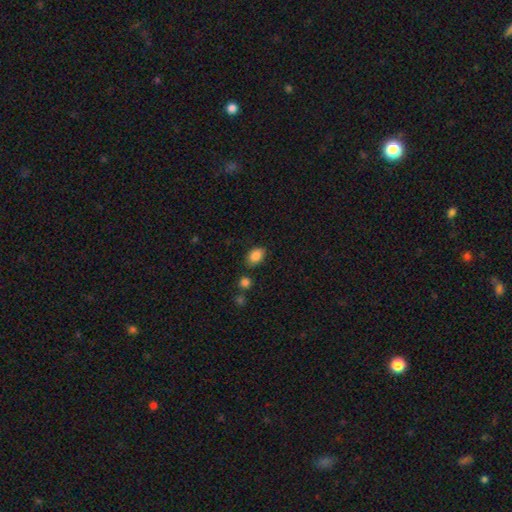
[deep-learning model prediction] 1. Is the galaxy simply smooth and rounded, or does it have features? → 87% smooth, 9% star or artifact, 4% featured or disk.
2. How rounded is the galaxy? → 84% in between, 15% round, 1% cigar-shaped.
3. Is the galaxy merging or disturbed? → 81% none, 12% minor disturbance, 4% merger, 3% major disturbance.